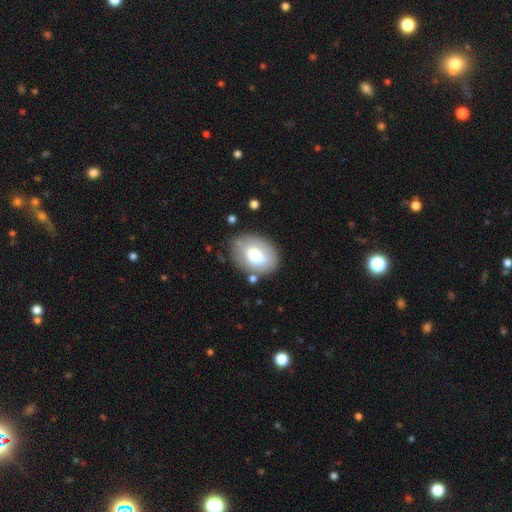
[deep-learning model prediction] Q: Smooth or featured?
A: smooth (70%); runner-up: featured or disk (23%)
Q: How rounded?
A: in between (77%); runner-up: round (22%)
Q: Merging?
A: none (73%); runner-up: minor disturbance (17%)